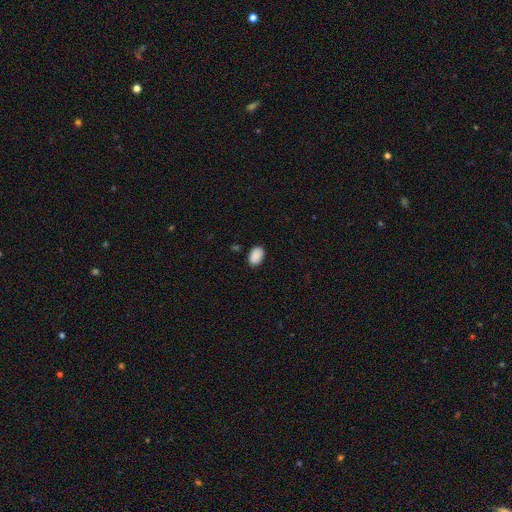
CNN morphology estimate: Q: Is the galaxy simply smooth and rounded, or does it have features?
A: smooth — 90%.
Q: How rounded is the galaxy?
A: in between — 88%.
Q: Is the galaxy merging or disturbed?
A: none — 87%.